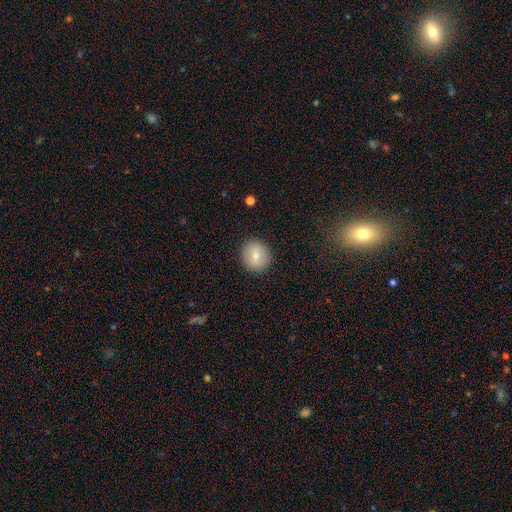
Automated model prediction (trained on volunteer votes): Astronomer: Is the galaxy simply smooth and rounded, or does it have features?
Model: smooth — 74%.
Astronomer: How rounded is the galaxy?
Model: round — 88%.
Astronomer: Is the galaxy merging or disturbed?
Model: none — 90%.